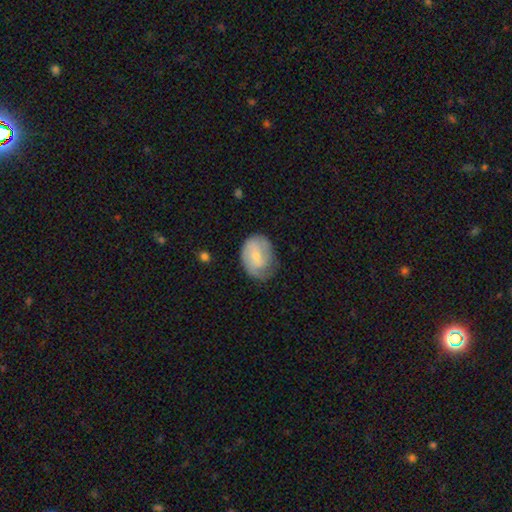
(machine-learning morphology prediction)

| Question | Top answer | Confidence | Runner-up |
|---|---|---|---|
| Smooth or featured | featured or disk | 52% | smooth (42%) |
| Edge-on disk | no | 97% | yes (3%) |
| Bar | no | 56% | weak (37%) |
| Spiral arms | yes | 78% | no (22%) |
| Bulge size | small | 61% | moderate (33%) |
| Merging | none | 56% | minor disturbance (30%) |